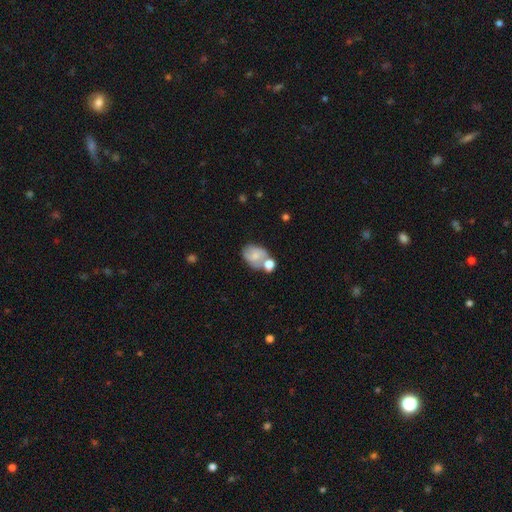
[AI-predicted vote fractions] Morphology: type=smooth (62%); roundness=in between (71%); merging=merger (41%).